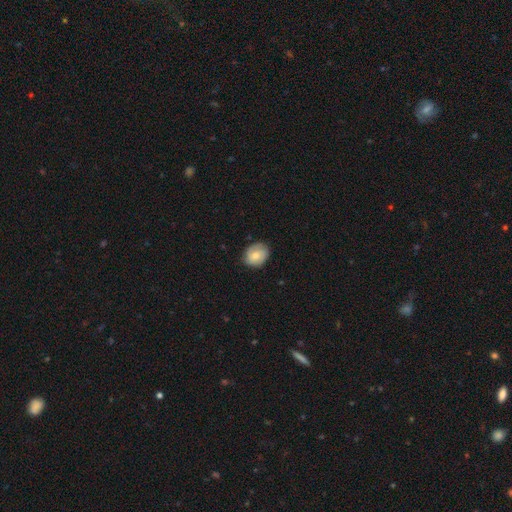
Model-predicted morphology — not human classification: The model was most divided on "how rounded": round: 54%, in between: 45%, cigar-shaped: 1%. More confident: merging — none (74%); smooth or featured — smooth (68%).